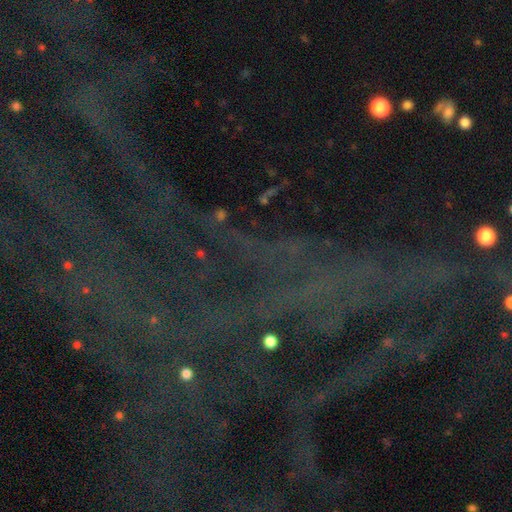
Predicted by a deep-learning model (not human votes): Smooth or featured?
  - star or artifact: 81% *
  - featured or disk: 10%
  - smooth: 9%